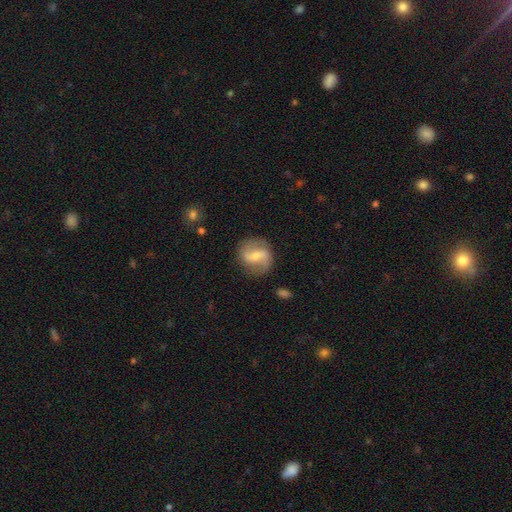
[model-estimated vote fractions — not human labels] Q: Smooth or featured?
A: featured or disk (69%); runner-up: smooth (25%)
Q: Edge-on disk?
A: no (96%); runner-up: yes (4%)
Q: Bar?
A: weak (42%); runner-up: strong (41%)
Q: Spiral arms?
A: yes (85%); runner-up: no (15%)
Q: Spiral winding?
A: loose (50%); runner-up: medium (37%)
Q: Spiral arm count?
A: 2 (88%); runner-up: can't tell (6%)
Q: Bulge size?
A: small (49%); runner-up: moderate (39%)
Q: Merging?
A: none (79%); runner-up: minor disturbance (13%)